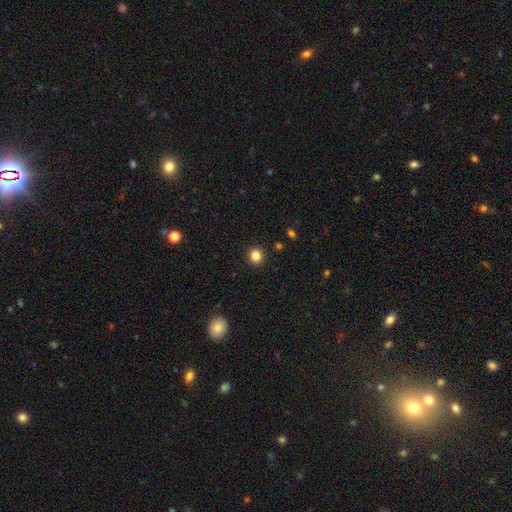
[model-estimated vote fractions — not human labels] A smooth galaxy with no disk features (84%) that is round (89%).

Vote fractions:
- Smooth or featured? smooth: 84% / star or artifact: 12% / featured or disk: 4%
- How rounded? round: 89% / in between: 10% / cigar-shaped: 1%
- Merging? none: 92% / minor disturbance: 5% / major disturbance: 2% / merger: 1%